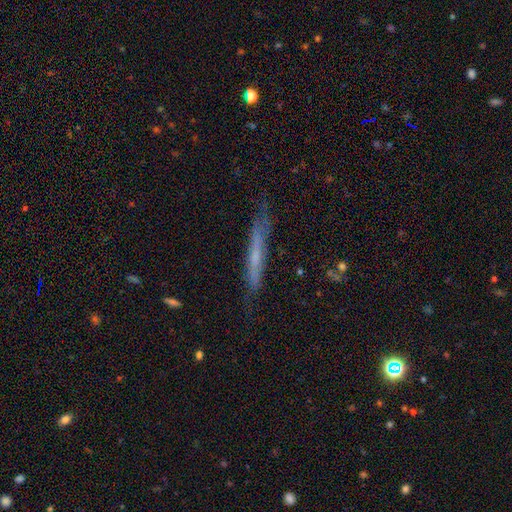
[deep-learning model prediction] This is possibly a featured or disk galaxy (53%). It is clearly viewed edge-on (87%). Merging: likely none (72%).